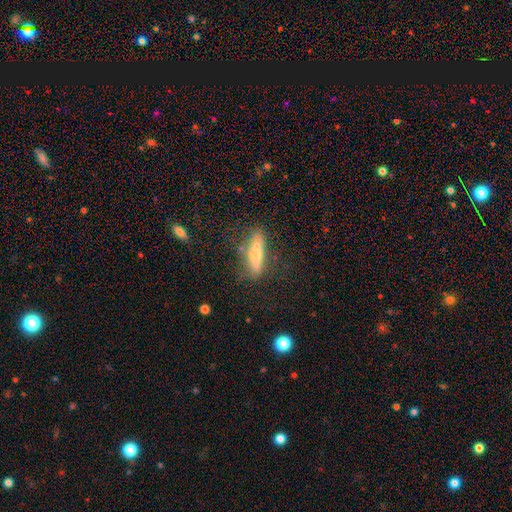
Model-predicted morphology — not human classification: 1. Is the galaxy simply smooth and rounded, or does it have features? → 52% smooth, 39% featured or disk, 9% star or artifact.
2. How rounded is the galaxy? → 69% cigar-shaped, 28% in between, 3% round.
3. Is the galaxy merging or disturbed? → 65% none, 19% minor disturbance, 9% merger, 8% major disturbance.